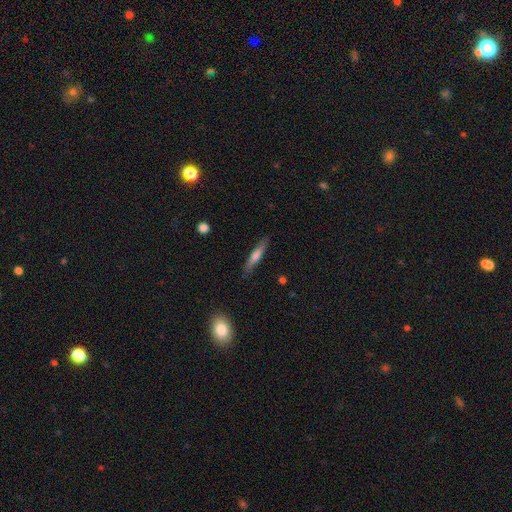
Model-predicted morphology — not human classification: smooth 61%, featured or disk 33%, star or artifact 6%. Down the decision tree: how rounded — cigar-shaped (88%); merging — none (86%).